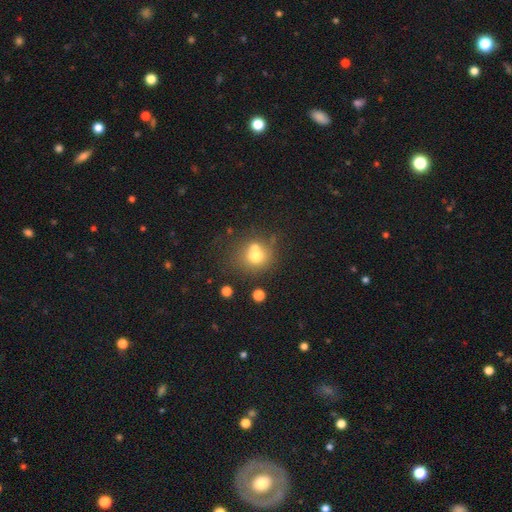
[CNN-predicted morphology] Smooth or featured: smooth — 69% (featured or disk — 17%)
How rounded: round — 83% (in between — 16%)
Merging: none — 51% (merger — 35%)